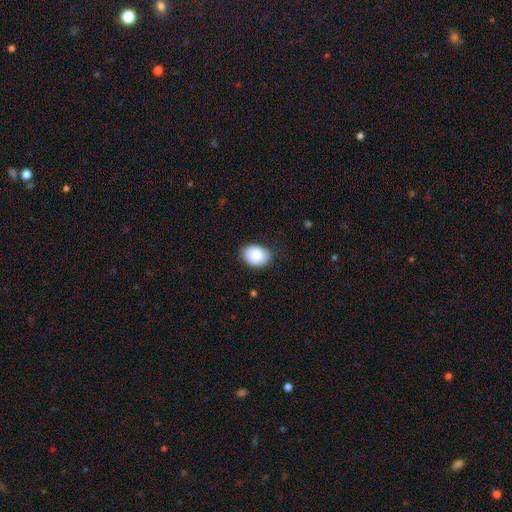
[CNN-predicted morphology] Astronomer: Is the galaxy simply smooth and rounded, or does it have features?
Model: smooth — 86%.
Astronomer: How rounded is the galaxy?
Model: in between — 74%.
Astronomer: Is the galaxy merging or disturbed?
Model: none — 81%.